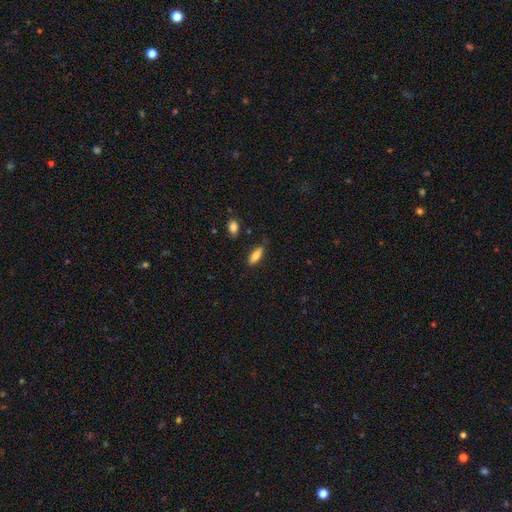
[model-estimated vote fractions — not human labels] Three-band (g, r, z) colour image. It shows a smooth galaxy with no disk features (78%) that is in between round and cigar-shaped (68%). Merging: none (80%).